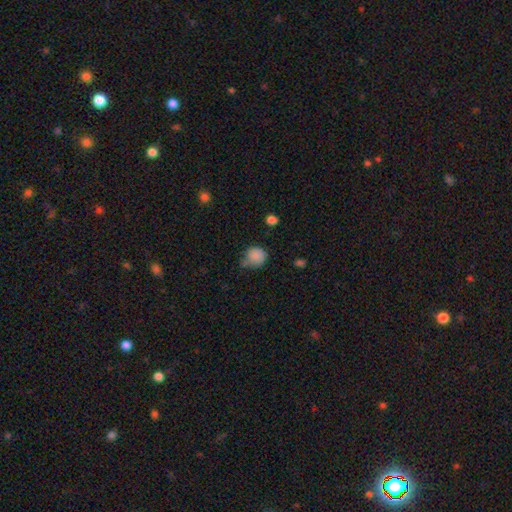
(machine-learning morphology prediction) A smooth galaxy with no disk features (85%) that is round (79%).

Vote fractions:
- Smooth or featured? smooth: 85% / star or artifact: 10% / featured or disk: 5%
- How rounded? round: 79% / in between: 20% / cigar-shaped: 1%
- Merging? none: 53% / minor disturbance: 31% / major disturbance: 9% / merger: 6%